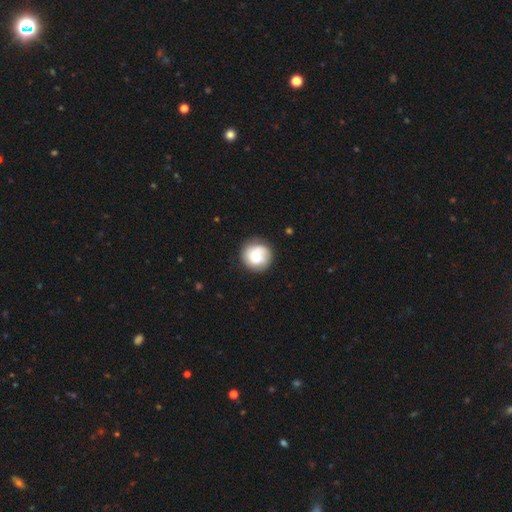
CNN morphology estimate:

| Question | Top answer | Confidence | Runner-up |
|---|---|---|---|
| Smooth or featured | smooth | 61% | featured or disk (32%) |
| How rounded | round | 93% | in between (6%) |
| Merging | none | 81% | minor disturbance (13%) |